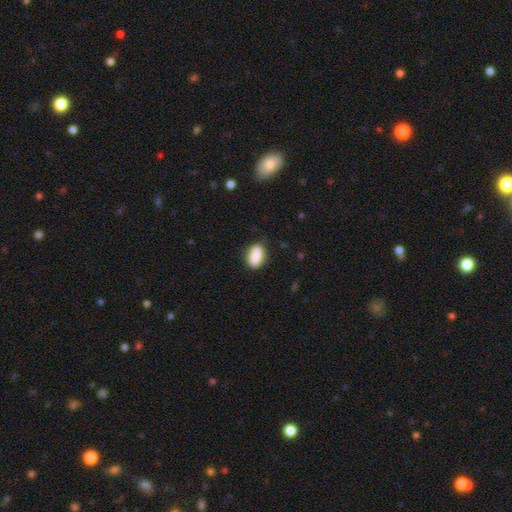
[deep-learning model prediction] Smooth or featured: smooth — 84% (featured or disk — 8%)
How rounded: in between — 79% (cigar-shaped — 11%)
Merging: none — 81% (minor disturbance — 14%)